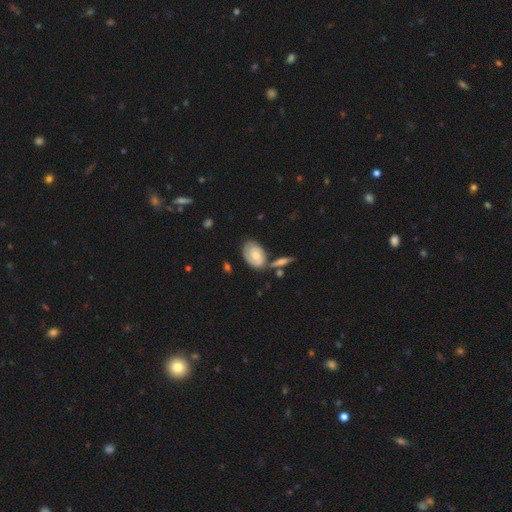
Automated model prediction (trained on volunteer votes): Q: Smooth or featured?
A: featured or disk (59%); runner-up: smooth (35%)
Q: Edge-on disk?
A: no (94%); runner-up: yes (6%)
Q: Bar?
A: no (67%); runner-up: weak (28%)
Q: Spiral arms?
A: yes (85%); runner-up: no (15%)
Q: Bulge size?
A: moderate (53%); runner-up: small (38%)
Q: Merging?
A: none (59%); runner-up: minor disturbance (20%)